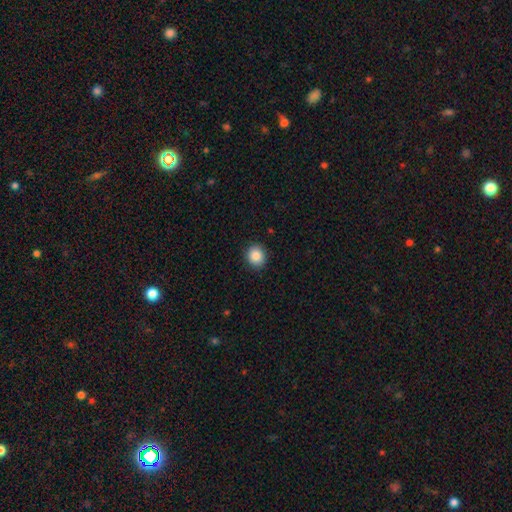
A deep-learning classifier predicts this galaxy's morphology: This appears to be a smooth galaxy with no disk features (87%) that is round (79%). Merging: none (89%).